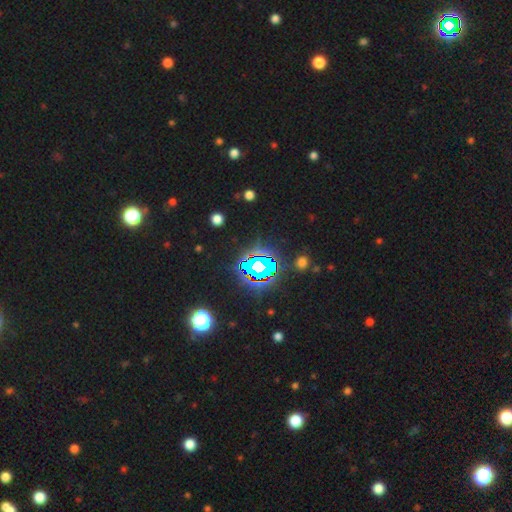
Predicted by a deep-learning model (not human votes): Smooth or featured? Predicted: star or artifact (p=0.74).